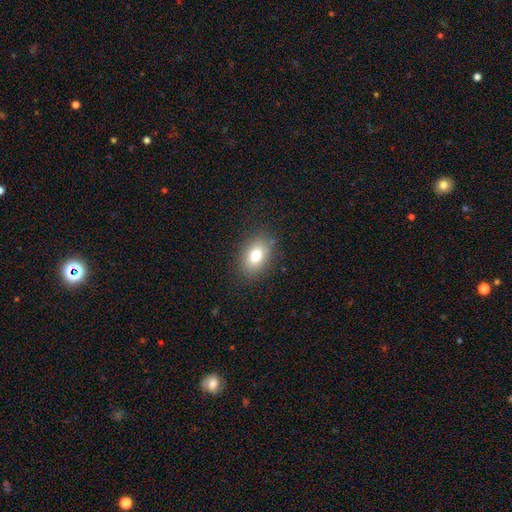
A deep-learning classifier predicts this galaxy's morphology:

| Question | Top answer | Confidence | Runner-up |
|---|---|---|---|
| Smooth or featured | smooth | 76% | featured or disk (13%) |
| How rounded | in between | 75% | round (24%) |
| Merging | none | 85% | minor disturbance (11%) |